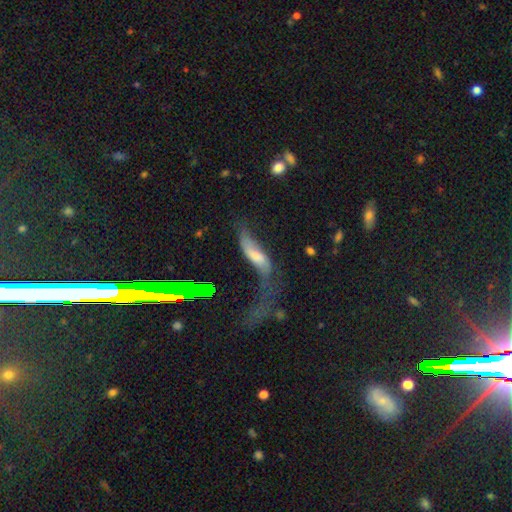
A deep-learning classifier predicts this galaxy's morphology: The model was most divided on "smooth or featured": smooth: 46%, featured or disk: 44%, star or artifact: 11%. Remaining: merging — major disturbance (44%).